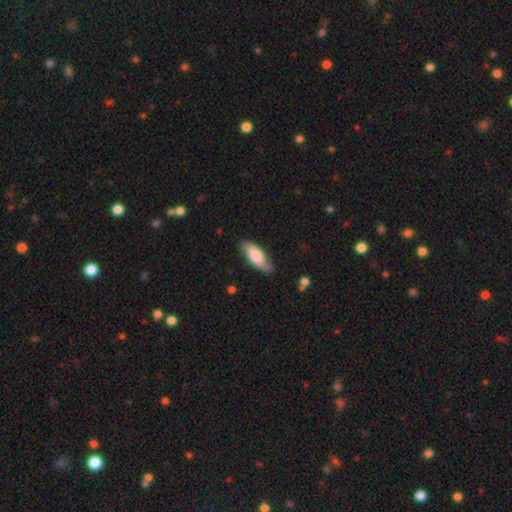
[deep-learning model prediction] Smooth or featured: smooth — 72% (featured or disk — 22%)
How rounded: in between — 76% (cigar-shaped — 22%)
Merging: none — 73% (minor disturbance — 21%)